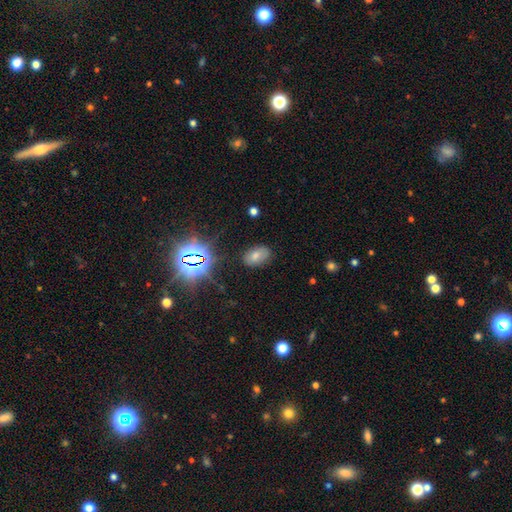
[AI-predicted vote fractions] smooth-or-featured: smooth: 46% | star or artifact: 38% | featured or disk: 15%
  merging: none: 82% | minor disturbance: 12% | major disturbance: 4% | merger: 2%